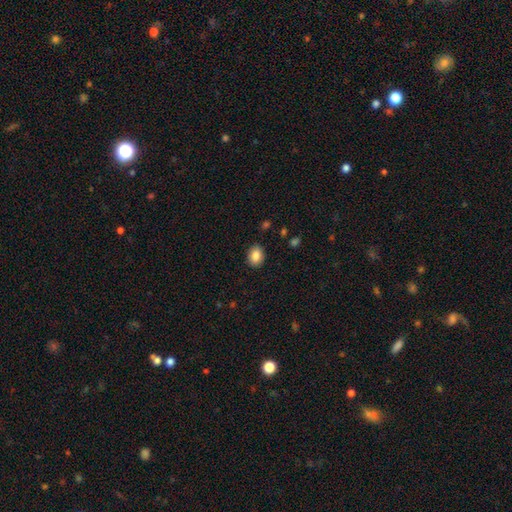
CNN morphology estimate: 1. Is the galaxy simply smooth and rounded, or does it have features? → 86% smooth, 8% star or artifact, 6% featured or disk.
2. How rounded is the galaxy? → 62% in between, 37% round, 1% cigar-shaped.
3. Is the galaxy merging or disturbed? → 88% none, 9% minor disturbance, 2% major disturbance, 1% merger.